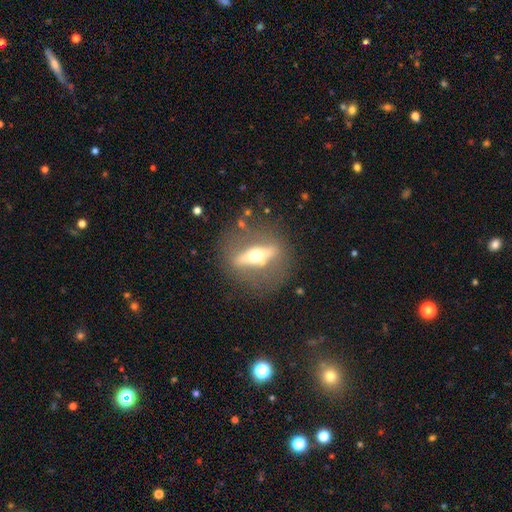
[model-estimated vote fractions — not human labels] A featured or disk galaxy (73%) viewed edge-on (67%). Merging: none (74%).